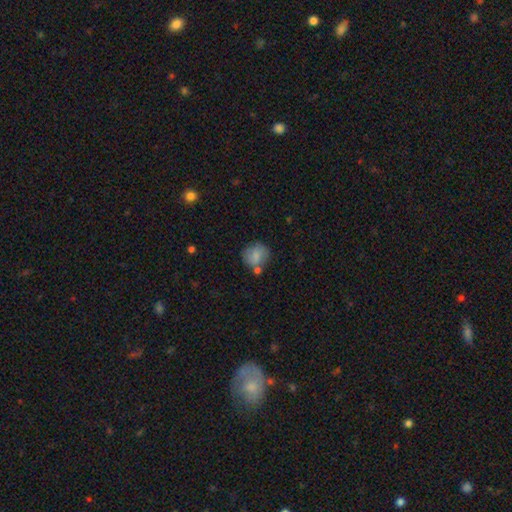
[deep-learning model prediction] The model was most divided on "merging": none: 61%, minor disturbance: 18%, merger: 15%, major disturbance: 6%. More confident: smooth or featured — smooth (80%); how rounded — round (78%).